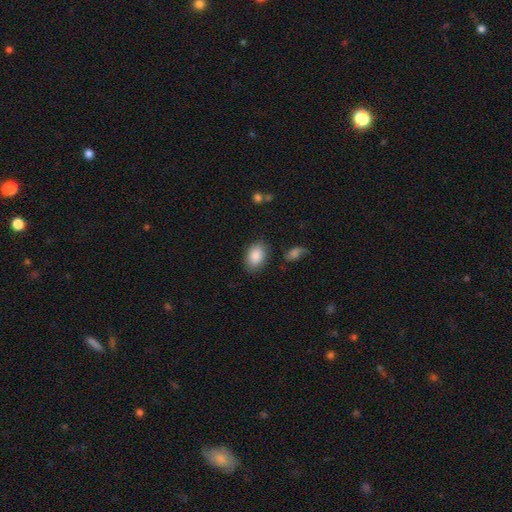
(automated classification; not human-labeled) Q: Smooth or featured?
A: smooth (88%); runner-up: star or artifact (7%)
Q: How rounded?
A: in between (86%); runner-up: round (13%)
Q: Merging?
A: none (81%); runner-up: minor disturbance (13%)